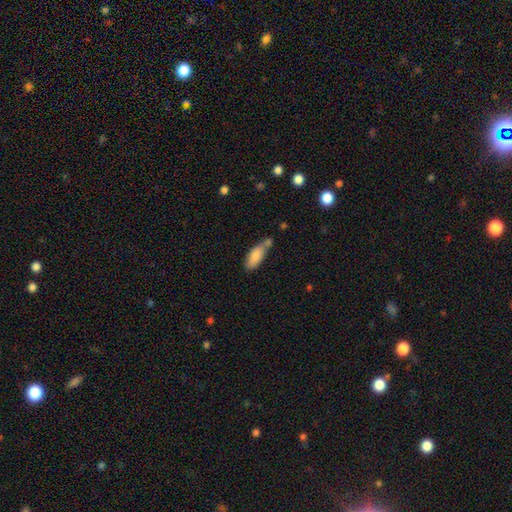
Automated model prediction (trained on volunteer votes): Smooth or featured?
  - smooth: 81% *
  - featured or disk: 13%
  - star or artifact: 7%
How rounded?
  - in between: 74% *
  - cigar-shaped: 24%
  - round: 2%
Merging?
  - none: 43% *
  - merger: 27%
  - minor disturbance: 23%
  - major disturbance: 7%